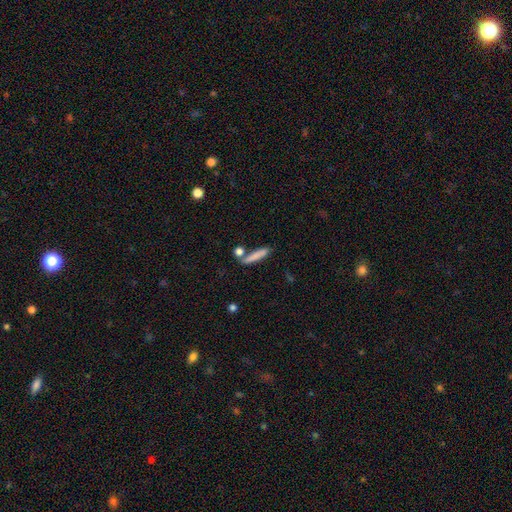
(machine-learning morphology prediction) Smooth or featured? Predicted: smooth (p=0.79). How rounded? Predicted: cigar-shaped (p=0.84). Merging? Predicted: none (p=0.68).